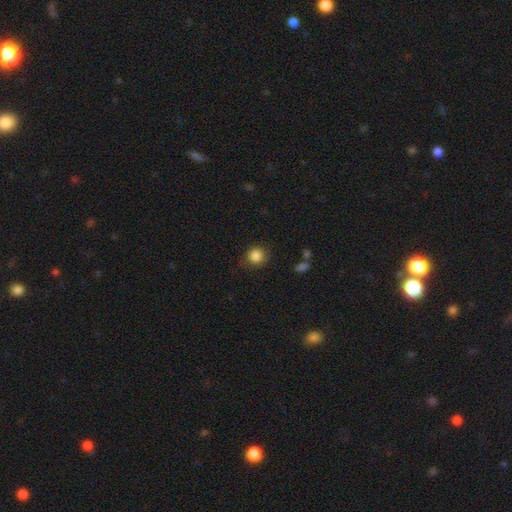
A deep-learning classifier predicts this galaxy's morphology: The model was most divided on "merging": none: 77%, minor disturbance: 17%, major disturbance: 4%, merger: 2%. More confident: how rounded — round (86%); smooth or featured — smooth (85%).